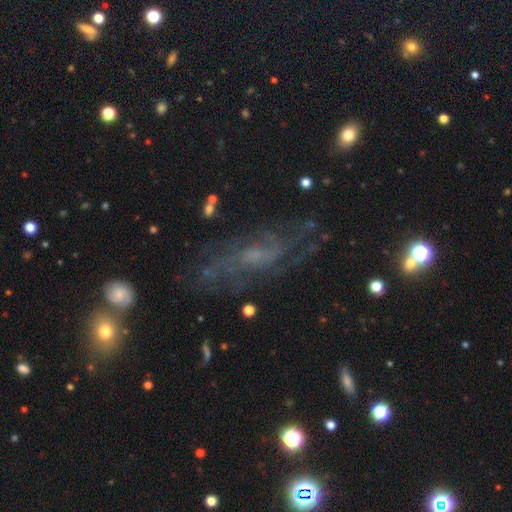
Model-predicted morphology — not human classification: Smooth or featured: featured or disk — 72% (smooth — 15%)
Edge-on disk: no — 86% (yes — 14%)
Bar: no — 49% (weak — 41%)
Spiral arms: yes — 88% (no — 12%)
Spiral winding: medium — 42% (tight — 33%)
Spiral arm count: can't tell — 43% (2 — 30%)
Bulge size: small — 53% (moderate — 27%)
Merging: none — 69% (minor disturbance — 18%)